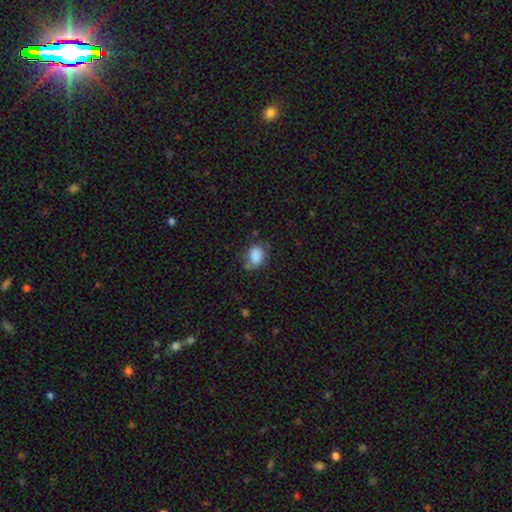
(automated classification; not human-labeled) A smooth galaxy with no disk features (85%) that is in between round and cigar-shaped (66%). Merging: none (59%).